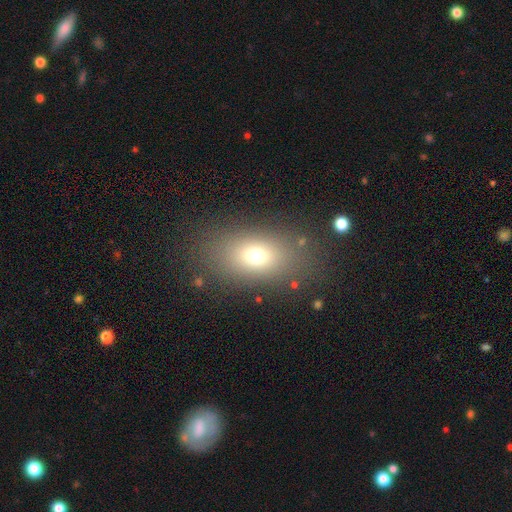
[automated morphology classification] This appears to be a smooth galaxy with no disk features (70%) that is in between round and cigar-shaped (75%). Merging: none (81%).